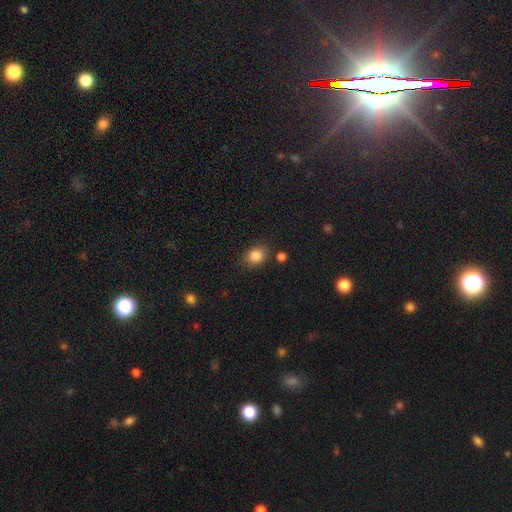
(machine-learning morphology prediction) smooth_or_featured: smooth (p=0.85) [alt: star or artifact p=0.10]
how_rounded: in between (p=0.60) [alt: round p=0.39]
merging: none (p=0.77) [alt: minor disturbance p=0.14]